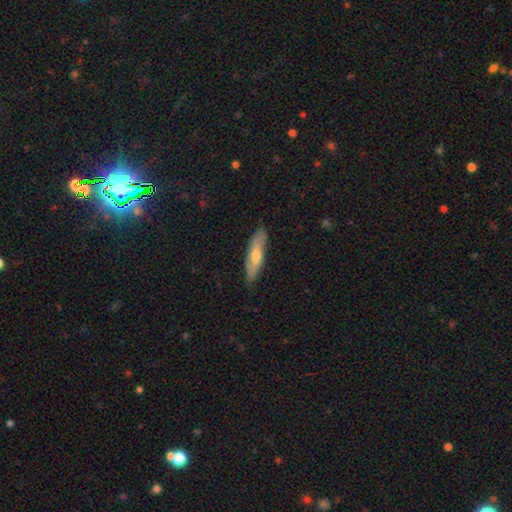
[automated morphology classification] Smooth or featured? smooth (56%)
How rounded? cigar-shaped (67%)
Merging? none (82%)